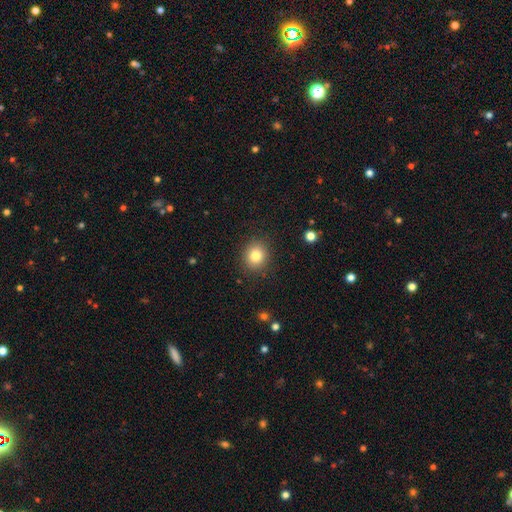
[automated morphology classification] smooth 82%, star or artifact 11%, featured or disk 7%. Down the decision tree: how rounded — round (78%); merging — none (89%).